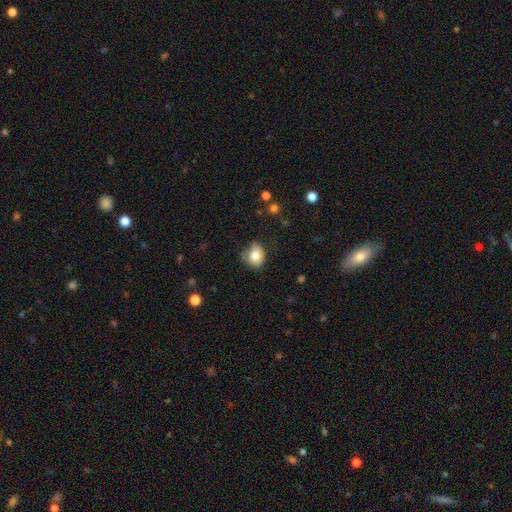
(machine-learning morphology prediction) Smooth or featured? Predicted: smooth (p=0.78). How rounded? Predicted: round (p=0.62). Merging? Predicted: none (p=0.56).